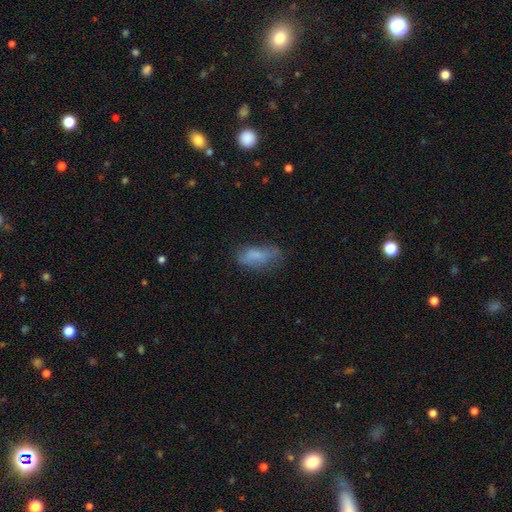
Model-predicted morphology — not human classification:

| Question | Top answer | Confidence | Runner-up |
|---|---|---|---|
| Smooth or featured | smooth | 72% | featured or disk (18%) |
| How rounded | in between | 83% | cigar-shaped (13%) |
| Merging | none | 49% | minor disturbance (30%) |